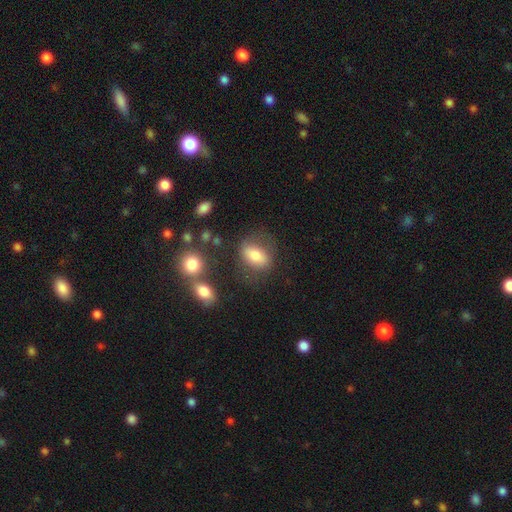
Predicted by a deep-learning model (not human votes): Smooth or featured?
  - smooth: 75% *
  - featured or disk: 17%
  - star or artifact: 9%
How rounded?
  - in between: 81% *
  - round: 16%
  - cigar-shaped: 3%
Merging?
  - none: 65% *
  - minor disturbance: 19%
  - major disturbance: 10%
  - merger: 7%